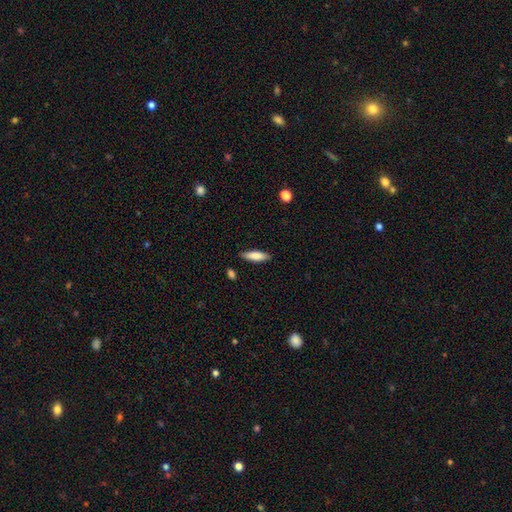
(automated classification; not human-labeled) Overall: smooth (80%). How rounded: cigar-shaped (52%; in between 46%). Merging: none (85%).